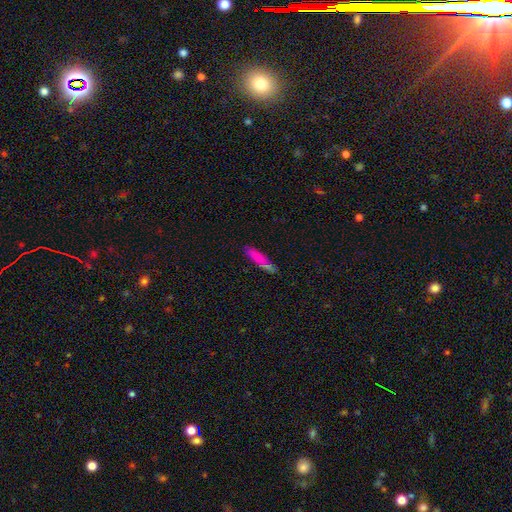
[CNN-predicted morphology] smooth-or-featured: smooth: 74% | featured or disk: 16% | star or artifact: 9%
  how-rounded: cigar-shaped: 85% | in between: 14% | round: 2%
  merging: none: 78% | minor disturbance: 15% | merger: 4% | major disturbance: 3%